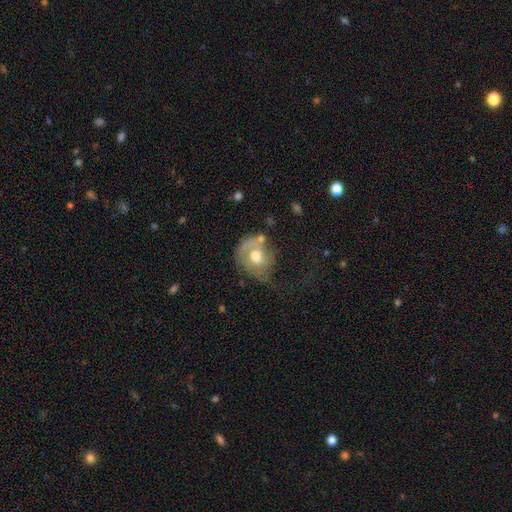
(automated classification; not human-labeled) Smooth or featured?
  - featured or disk: 50% *
  - smooth: 43%
  - star or artifact: 7%
Edge-on disk?
  - no: 96% *
  - yes: 4%
Merging?
  - none: 35% *
  - major disturbance: 29%
  - minor disturbance: 28%
  - merger: 9%